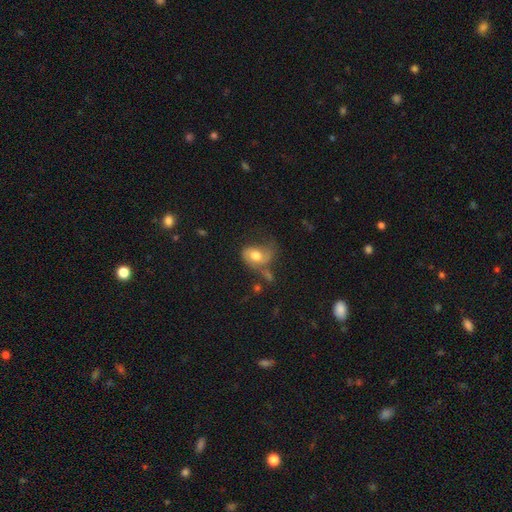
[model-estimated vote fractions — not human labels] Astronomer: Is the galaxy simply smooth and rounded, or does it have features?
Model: smooth — 56% (runner-up: featured or disk, 36%).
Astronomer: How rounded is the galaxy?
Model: in between — 72%.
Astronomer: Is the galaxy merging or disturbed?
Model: major disturbance — 31% (runner-up: none, 30%).